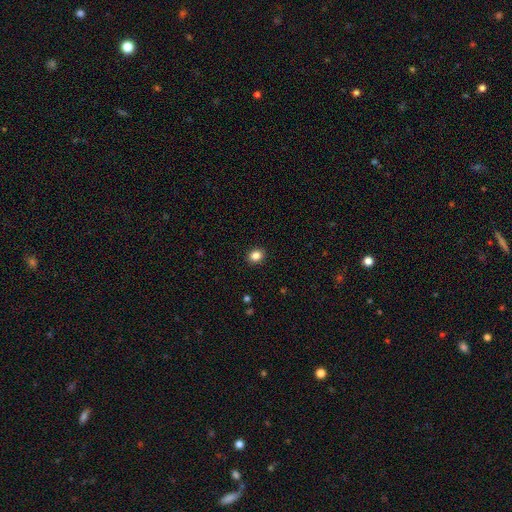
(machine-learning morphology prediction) smooth_or_featured: smooth (p=0.85) [alt: star or artifact p=0.11]
how_rounded: round (p=0.67) [alt: in between p=0.32]
merging: none (p=0.91) [alt: minor disturbance p=0.06]